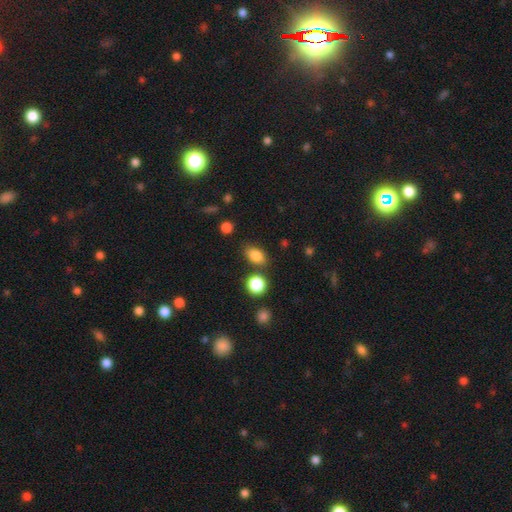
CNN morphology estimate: smooth-or-featured: smooth: 84% | star or artifact: 10% | featured or disk: 6%
  how-rounded: in between: 81% | round: 17% | cigar-shaped: 2%
  merging: none: 78% | minor disturbance: 12% | merger: 7% | major disturbance: 3%